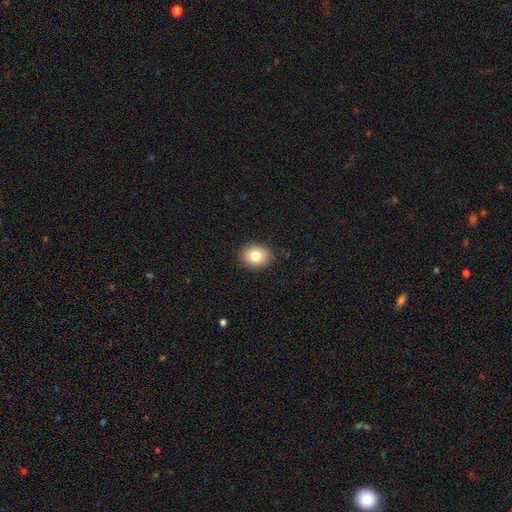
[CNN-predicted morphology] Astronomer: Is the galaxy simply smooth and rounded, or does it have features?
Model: smooth — 79%.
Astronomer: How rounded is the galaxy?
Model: round — 50% (runner-up: in between, 49%).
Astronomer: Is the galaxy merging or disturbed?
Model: none — 87%.